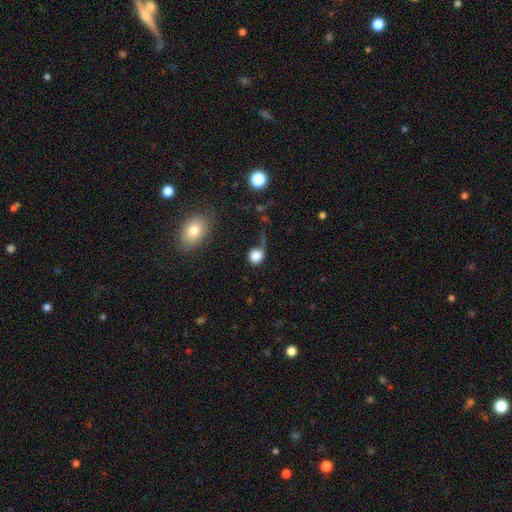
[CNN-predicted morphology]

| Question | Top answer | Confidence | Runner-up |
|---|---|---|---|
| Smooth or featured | smooth | 80% | featured or disk (11%) |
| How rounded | round | 76% | in between (22%) |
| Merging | none | 36% | major disturbance (31%) |